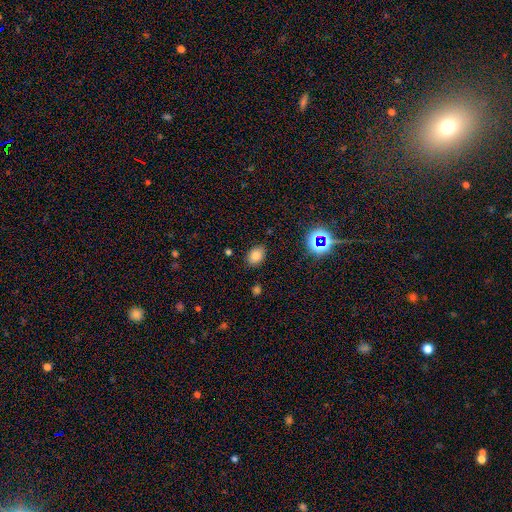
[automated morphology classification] Smooth or featured: smooth — 78% (star or artifact — 15%)
How rounded: in between — 69% (round — 30%)
Merging: none — 84% (minor disturbance — 12%)